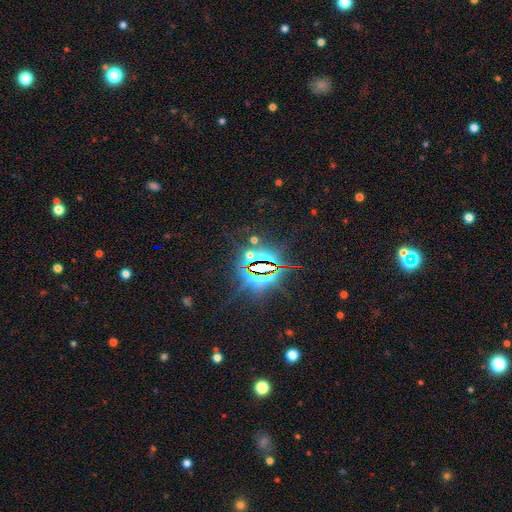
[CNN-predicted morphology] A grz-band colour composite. It shows a star or artifact, not a galaxy (85%).